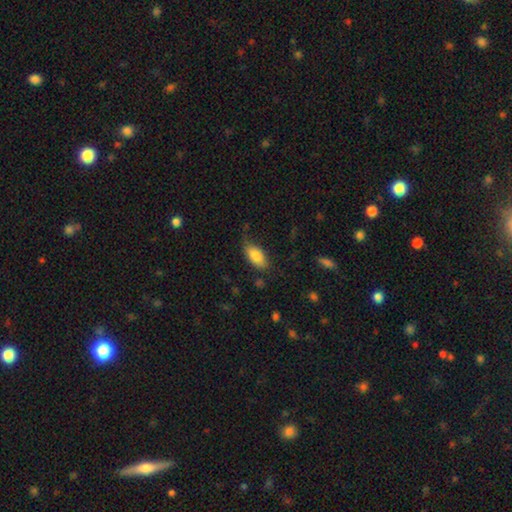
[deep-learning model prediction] A smooth galaxy with no disk features (83%) that is in between round and cigar-shaped (90%). Merging: none (65%).